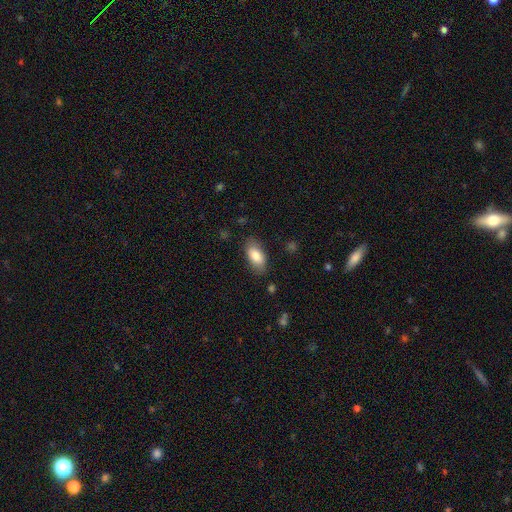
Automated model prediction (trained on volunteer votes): smooth 82%, featured or disk 12%, star or artifact 7%. Down the decision tree: how rounded — in between (91%); merging — none (82%).